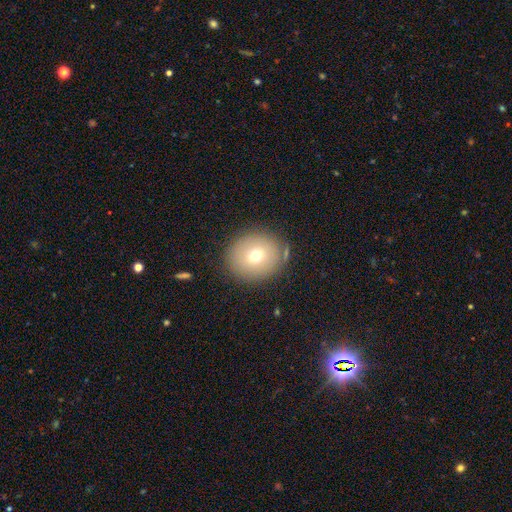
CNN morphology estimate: A smooth galaxy with no disk features (70%) that is round (82%).

Vote fractions:
- Smooth or featured? smooth: 70% / featured or disk: 19% / star or artifact: 12%
- How rounded? round: 82% / in between: 17% / cigar-shaped: 1%
- Merging? none: 83% / minor disturbance: 10% / major disturbance: 4% / merger: 3%